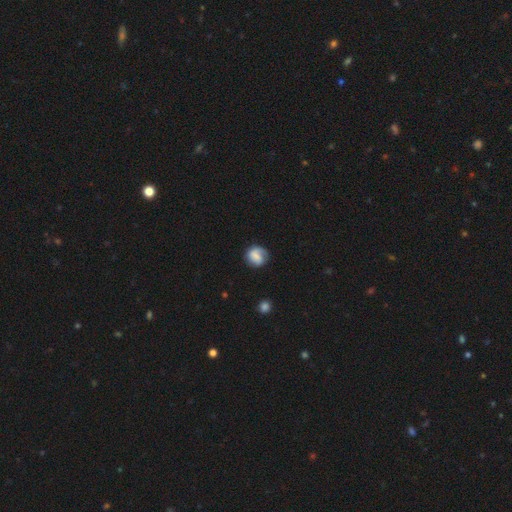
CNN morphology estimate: A smooth galaxy with no disk features (59%) that is round (76%).

Vote fractions:
- Smooth or featured? smooth: 59% / featured or disk: 33% / star or artifact: 8%
- How rounded? round: 76% / in between: 23% / cigar-shaped: 1%
- Merging? none: 62% / minor disturbance: 24% / major disturbance: 12% / merger: 2%